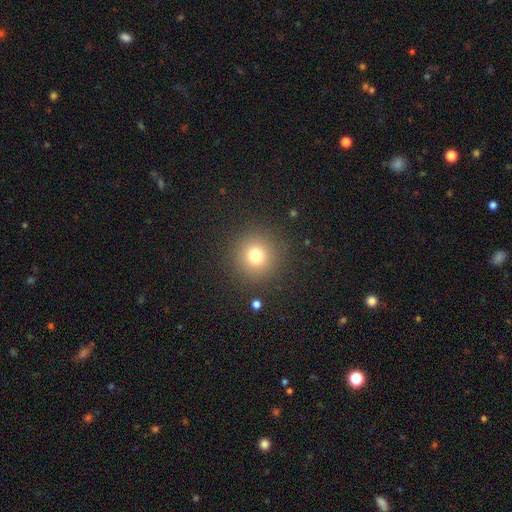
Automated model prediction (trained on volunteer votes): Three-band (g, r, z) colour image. It shows a smooth galaxy with no disk features (76%) that is round (95%). Merging: none (90%).